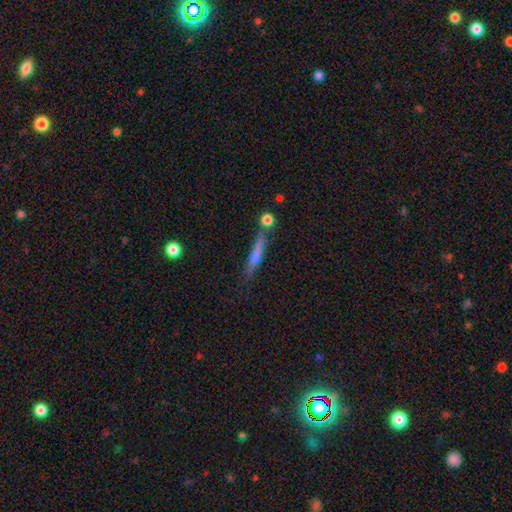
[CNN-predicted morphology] smooth-or-featured: featured or disk: 48% | smooth: 42% | star or artifact: 10%
  merging: none: 72% | minor disturbance: 15% | merger: 9% | major disturbance: 4%